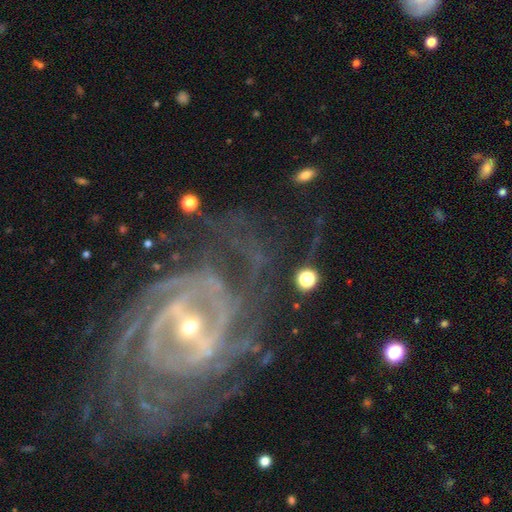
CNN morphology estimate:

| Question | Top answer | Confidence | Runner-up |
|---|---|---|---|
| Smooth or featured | featured or disk | 90% | star or artifact (6%) |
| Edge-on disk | no | 97% | yes (3%) |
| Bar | strong | 52% | weak (32%) |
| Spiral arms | yes | 96% | no (4%) |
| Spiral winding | tight | 64% | medium (29%) |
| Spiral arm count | can't tell | 25% | 2 (21%) |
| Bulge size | small | 63% | moderate (34%) |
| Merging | none | 59% | major disturbance (19%) |